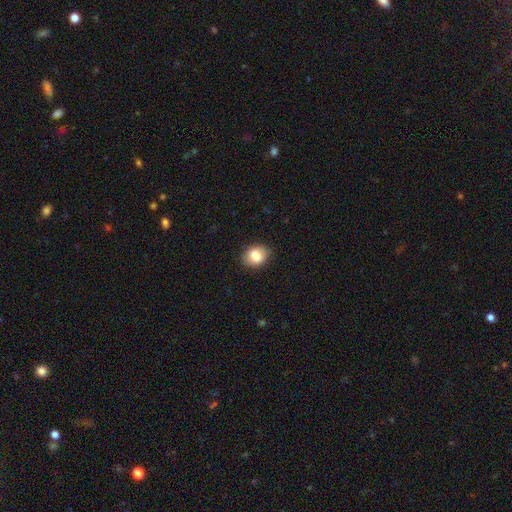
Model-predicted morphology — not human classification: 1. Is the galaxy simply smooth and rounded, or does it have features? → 81% smooth, 10% featured or disk, 9% star or artifact.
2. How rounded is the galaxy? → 58% in between, 40% round, 1% cigar-shaped.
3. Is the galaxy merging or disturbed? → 86% none, 11% minor disturbance, 3% major disturbance, 1% merger.